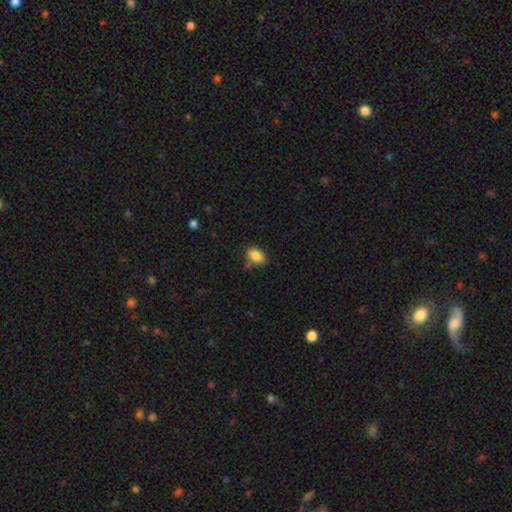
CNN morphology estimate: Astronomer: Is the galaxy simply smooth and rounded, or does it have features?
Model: smooth — 85%.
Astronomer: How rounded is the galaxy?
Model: in between — 86%.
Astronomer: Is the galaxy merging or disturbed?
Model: none — 69%.